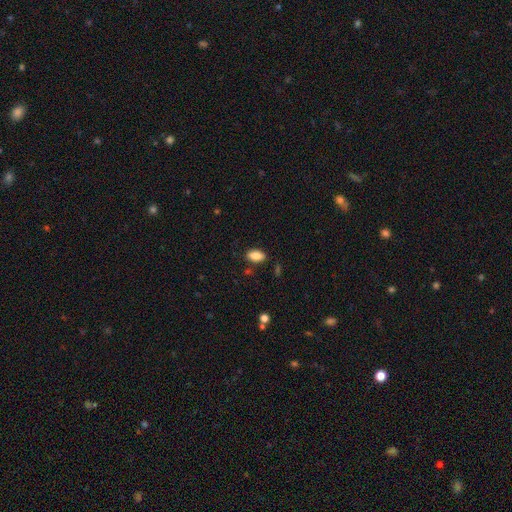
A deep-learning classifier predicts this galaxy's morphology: smooth_or_featured: smooth (p=0.86) [alt: star or artifact p=0.08]
how_rounded: in between (p=0.92) [alt: round p=0.05]
merging: none (p=0.85) [alt: minor disturbance p=0.11]